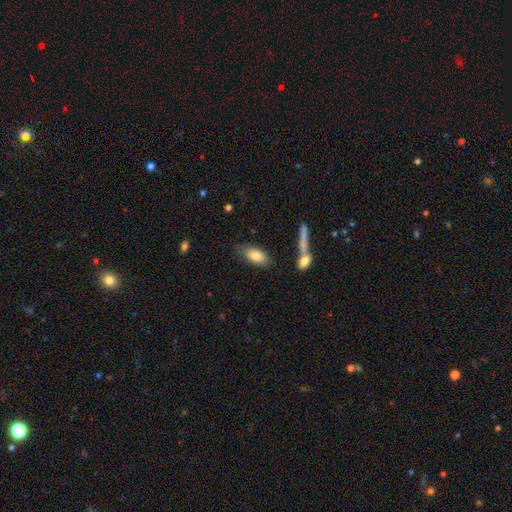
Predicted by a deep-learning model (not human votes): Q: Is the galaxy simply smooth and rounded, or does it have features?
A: smooth — 80%.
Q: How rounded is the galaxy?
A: in between — 86%.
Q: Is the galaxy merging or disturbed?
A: none — 68%.